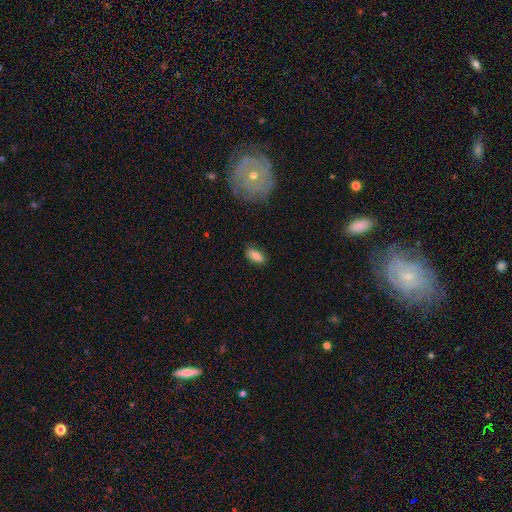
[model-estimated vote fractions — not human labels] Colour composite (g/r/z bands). It shows a smooth galaxy with no disk features (80%) that is in between round and cigar-shaped (88%). Merging: none (84%).